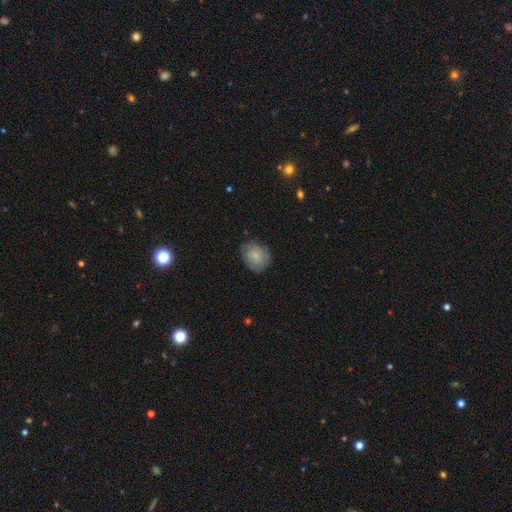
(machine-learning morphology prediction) A smooth galaxy with no disk features (63%) that is round (55%). Merging: none (71%).